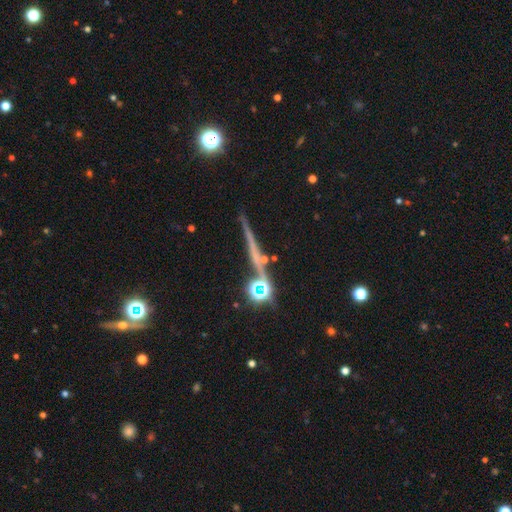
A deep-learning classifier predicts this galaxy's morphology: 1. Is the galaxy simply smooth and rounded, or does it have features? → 47% featured or disk, 28% smooth, 24% star or artifact.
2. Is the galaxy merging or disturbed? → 78% none, 10% minor disturbance, 8% merger, 4% major disturbance.